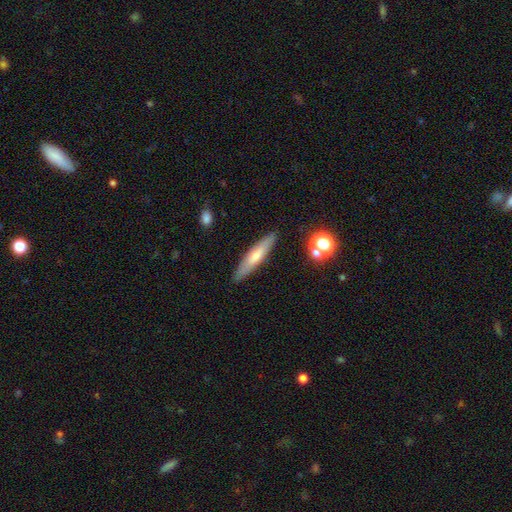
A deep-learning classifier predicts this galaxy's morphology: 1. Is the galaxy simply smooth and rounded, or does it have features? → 52% smooth, 40% featured or disk, 8% star or artifact.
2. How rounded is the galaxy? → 86% cigar-shaped, 12% in between, 2% round.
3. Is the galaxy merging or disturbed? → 88% none, 8% minor disturbance, 2% major disturbance, 2% merger.